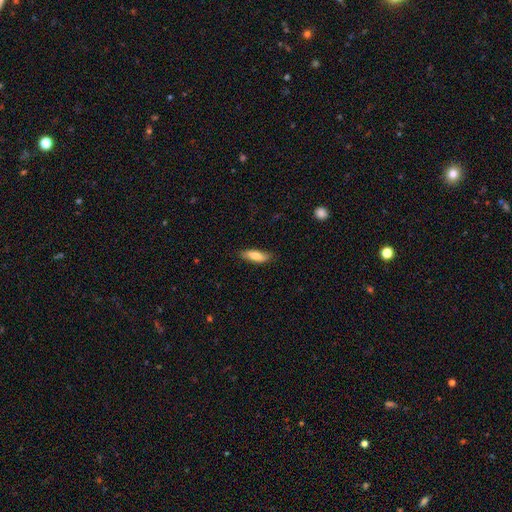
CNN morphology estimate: This is likely a smooth galaxy (80%). How rounded: possibly in between (53%). Merging: clearly none (82%).